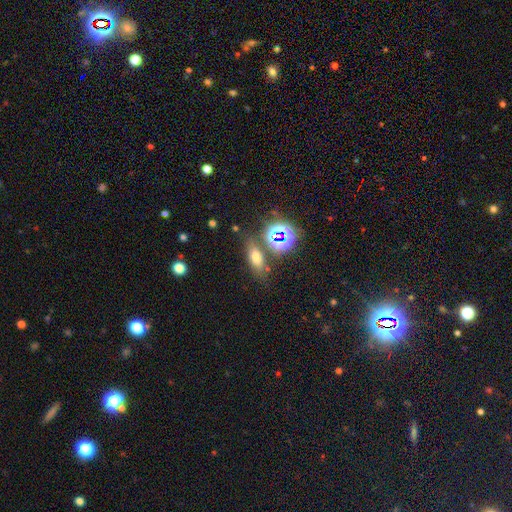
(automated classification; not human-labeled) Overall: smooth (60%; star or artifact 24%). How rounded: in between (63%). Merging: none (74%).